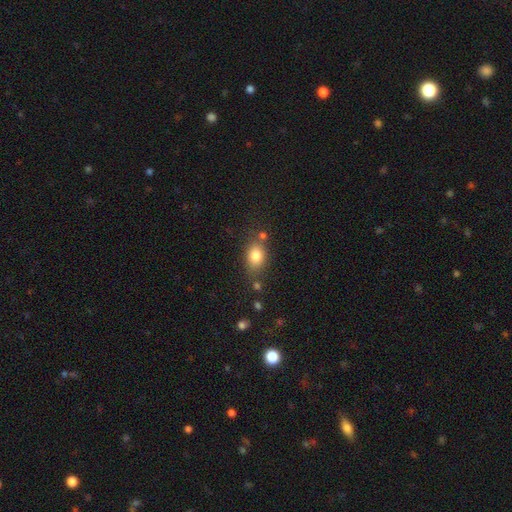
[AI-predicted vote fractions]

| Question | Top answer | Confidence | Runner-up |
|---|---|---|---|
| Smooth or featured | smooth | 81% | star or artifact (10%) |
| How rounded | in between | 67% | round (31%) |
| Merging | none | 68% | minor disturbance (17%) |